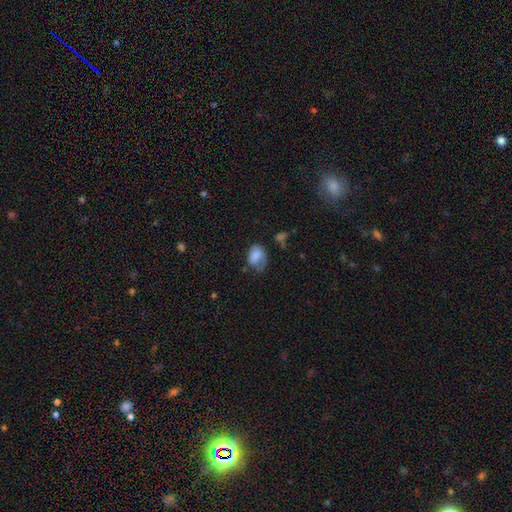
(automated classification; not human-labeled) smooth 76%, featured or disk 15%, star or artifact 9%. Down the decision tree: how rounded — in between (75%); merging — minor disturbance (35%, tied with none).